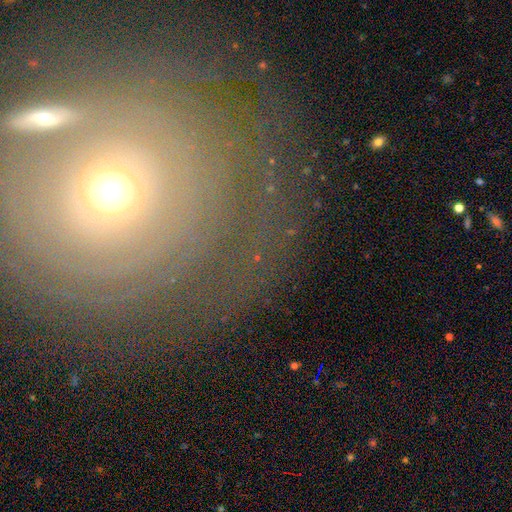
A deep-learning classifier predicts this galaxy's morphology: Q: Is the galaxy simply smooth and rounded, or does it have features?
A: featured or disk — 62%.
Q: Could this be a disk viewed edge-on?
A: no — 95%.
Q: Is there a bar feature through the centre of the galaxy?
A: no — 85%.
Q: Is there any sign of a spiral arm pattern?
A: yes — 62%.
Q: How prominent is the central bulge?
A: moderate — 48%.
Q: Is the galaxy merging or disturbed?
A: none — 72%.